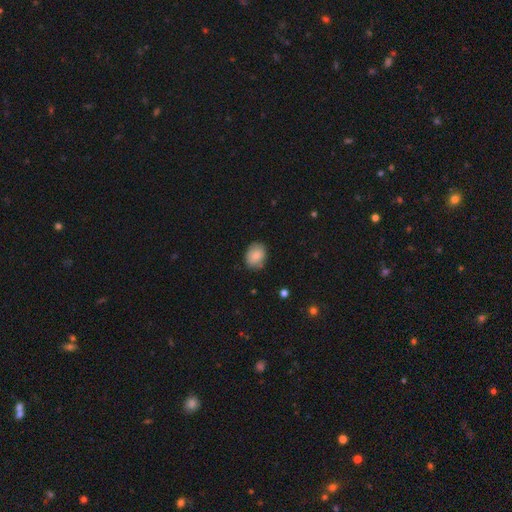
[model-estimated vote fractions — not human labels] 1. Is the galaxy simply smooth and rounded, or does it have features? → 84% smooth, 9% featured or disk, 8% star or artifact.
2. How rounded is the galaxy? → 58% in between, 41% round, 1% cigar-shaped.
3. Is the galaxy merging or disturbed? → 80% none, 16% minor disturbance, 3% major disturbance, 2% merger.